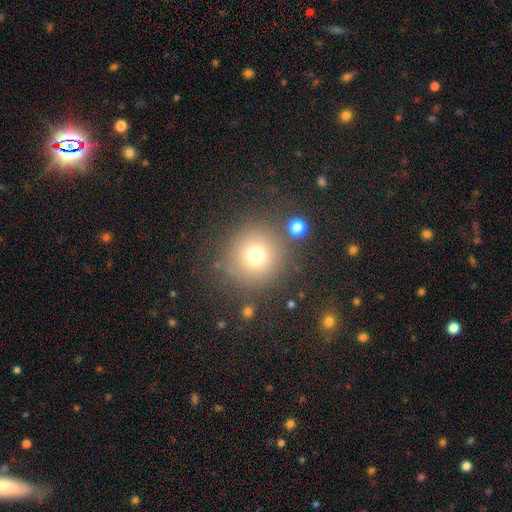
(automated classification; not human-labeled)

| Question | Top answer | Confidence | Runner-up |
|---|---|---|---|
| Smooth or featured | smooth | 72% | star or artifact (17%) |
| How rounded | round | 94% | in between (5%) |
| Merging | none | 82% | minor disturbance (9%) |